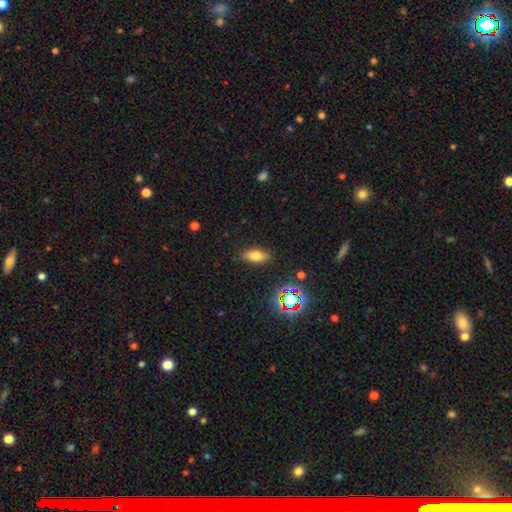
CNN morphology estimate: Smooth or featured? Predicted: smooth (p=0.70). How rounded? Predicted: in between (p=0.79). Merging? Predicted: none (p=0.85).